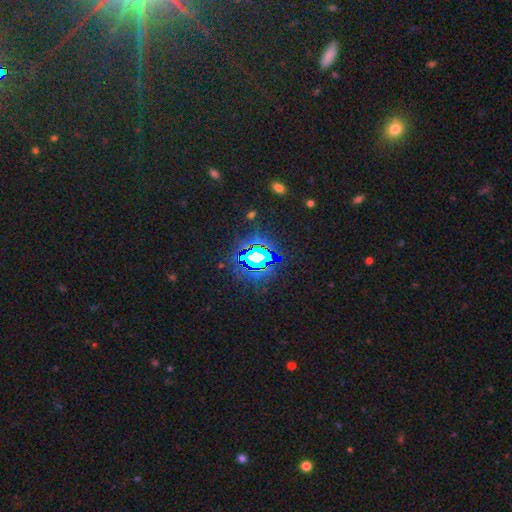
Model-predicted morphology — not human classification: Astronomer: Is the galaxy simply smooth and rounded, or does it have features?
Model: star or artifact — 74%.